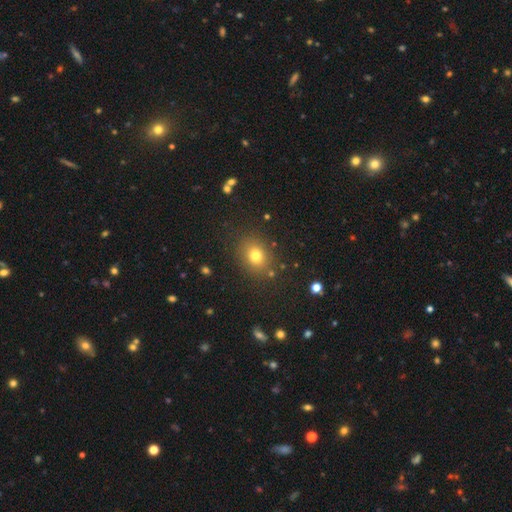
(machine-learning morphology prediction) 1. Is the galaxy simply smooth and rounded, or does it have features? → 76% smooth, 15% star or artifact, 9% featured or disk.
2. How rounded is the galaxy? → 56% round, 43% in between, 1% cigar-shaped.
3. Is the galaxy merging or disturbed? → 83% none, 10% minor disturbance, 4% major disturbance, 3% merger.